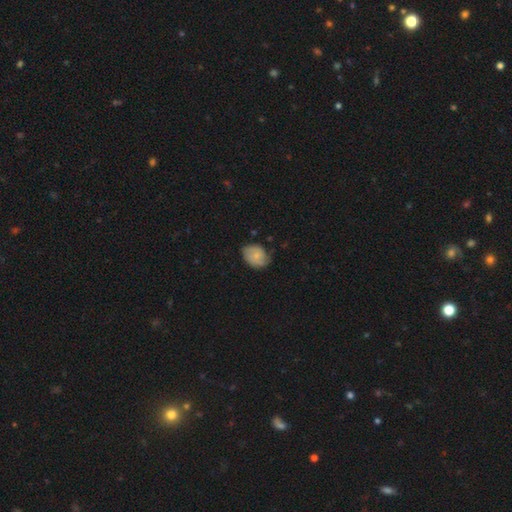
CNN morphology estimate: This appears to be a smooth galaxy with no disk features (60%) that is in between round and cigar-shaped (59%). Merging: none (60%).